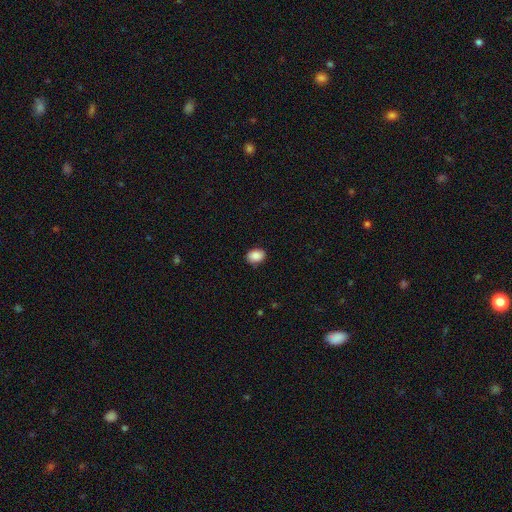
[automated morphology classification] Overall: smooth (89%). How rounded: in between (67%; round 32%). Merging: none (86%).